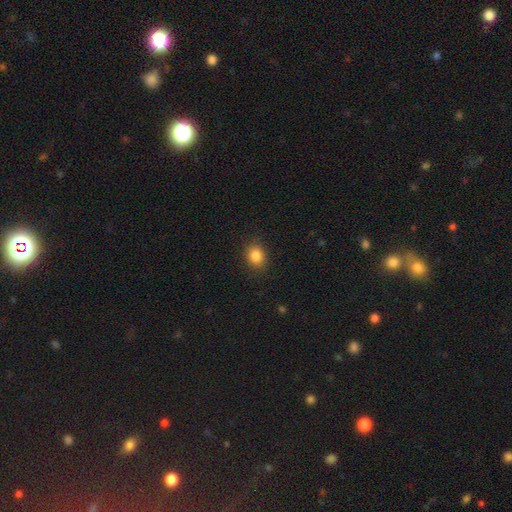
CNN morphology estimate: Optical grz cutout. It shows a smooth galaxy with no disk features (85%) that is round (58%). Merging: none (87%).